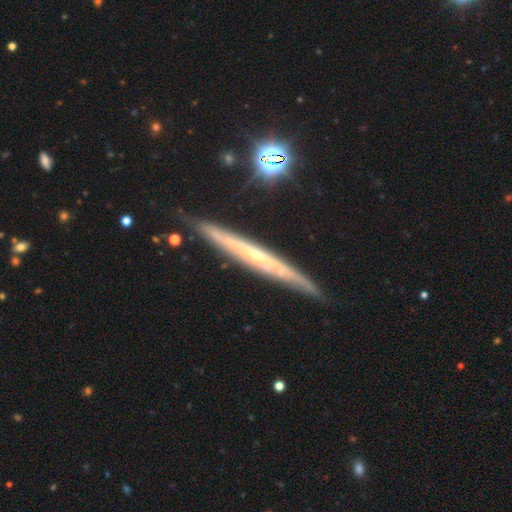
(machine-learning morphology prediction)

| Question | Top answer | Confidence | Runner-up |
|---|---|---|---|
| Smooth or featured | featured or disk | 74% | smooth (19%) |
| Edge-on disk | yes | 89% | no (11%) |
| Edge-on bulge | none | 61% | rounded (35%) |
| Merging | none | 83% | minor disturbance (13%) |